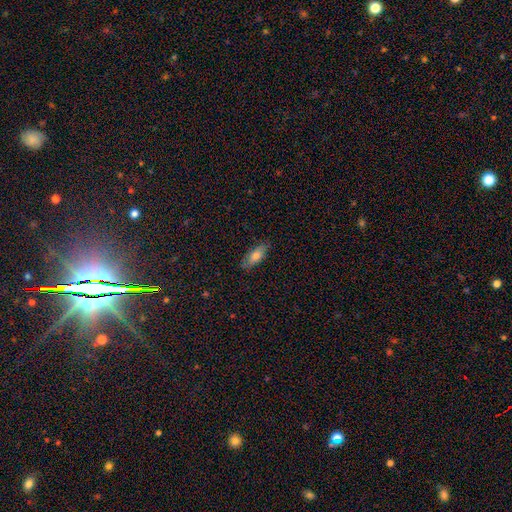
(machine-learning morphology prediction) The model was most divided on "how rounded": in between: 69%, cigar-shaped: 29%, round: 2%. More confident: merging — none (81%); smooth or featured — smooth (72%).